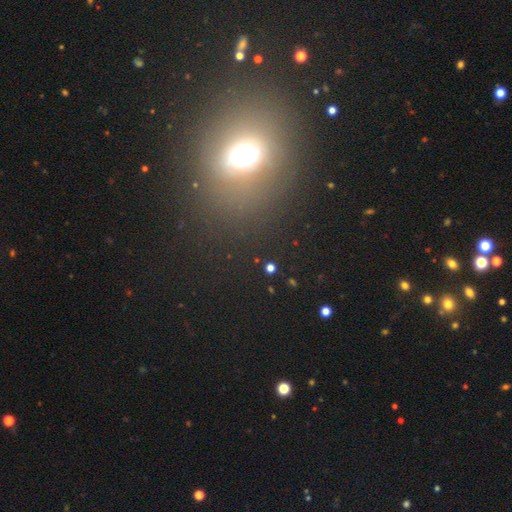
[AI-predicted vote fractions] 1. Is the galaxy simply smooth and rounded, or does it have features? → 47% smooth, 40% star or artifact, 13% featured or disk.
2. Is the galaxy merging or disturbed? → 86% none, 8% minor disturbance, 4% major disturbance, 2% merger.